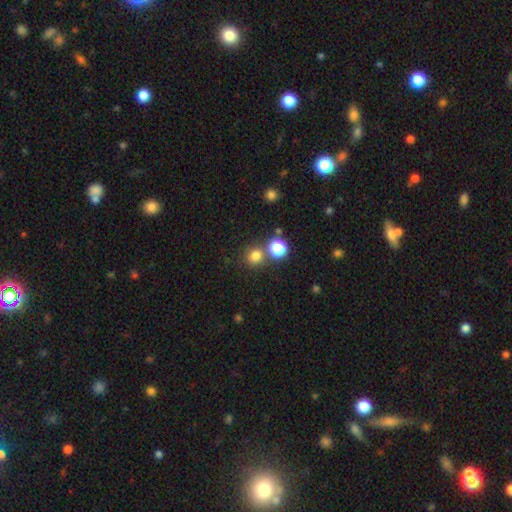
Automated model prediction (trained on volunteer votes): Q: Smooth or featured?
A: smooth (76%); runner-up: star or artifact (18%)
Q: How rounded?
A: round (87%); runner-up: in between (12%)
Q: Merging?
A: none (70%); runner-up: merger (19%)